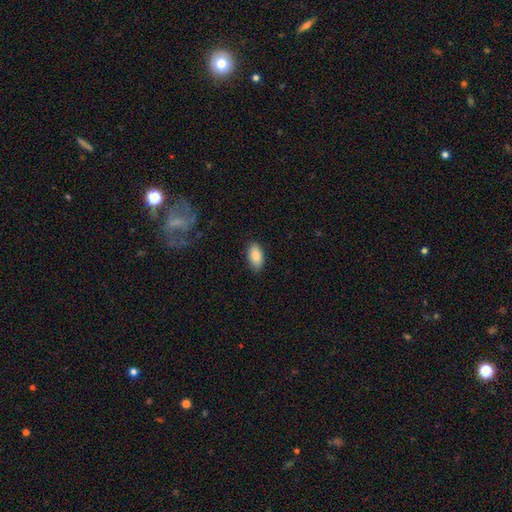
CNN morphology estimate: Smooth or featured: smooth — 85% (featured or disk — 8%)
How rounded: in between — 94% (round — 3%)
Merging: none — 85% (minor disturbance — 12%)